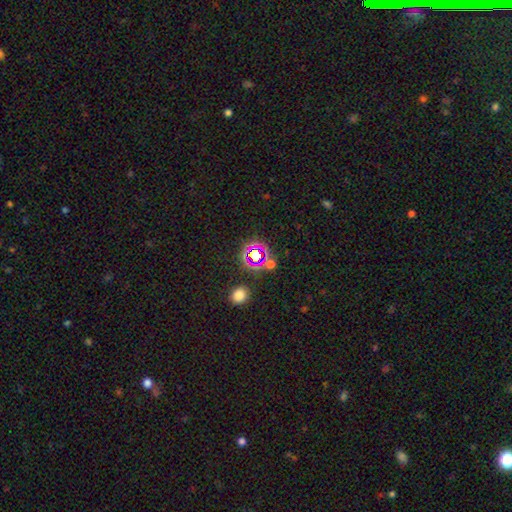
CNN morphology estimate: Q: Smooth or featured?
A: star or artifact (67%); runner-up: smooth (23%)